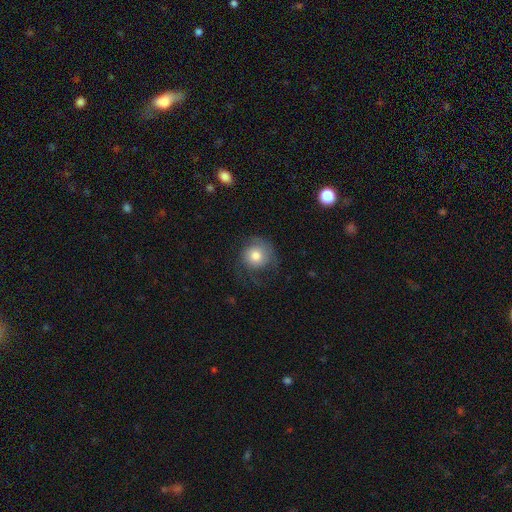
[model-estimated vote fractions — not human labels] This is likely a smooth galaxy (69%). How rounded: clearly round (91%). Merging: possibly none (57%).